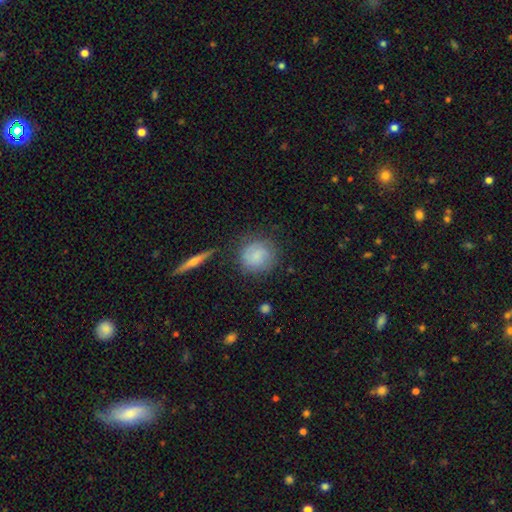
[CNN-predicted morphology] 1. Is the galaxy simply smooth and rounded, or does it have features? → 70% smooth, 21% featured or disk, 8% star or artifact.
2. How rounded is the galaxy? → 87% round, 12% in between, 1% cigar-shaped.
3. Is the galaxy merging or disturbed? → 76% none, 15% minor disturbance, 5% major disturbance, 3% merger.